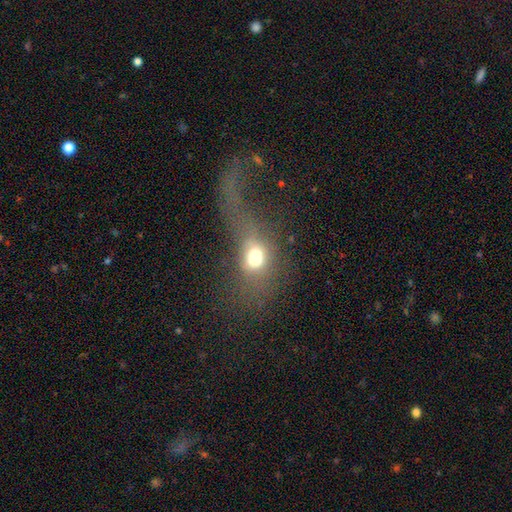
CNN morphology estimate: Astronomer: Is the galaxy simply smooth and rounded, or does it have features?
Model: smooth — 59%.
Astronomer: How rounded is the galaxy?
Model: in between — 60%.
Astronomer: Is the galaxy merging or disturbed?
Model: major disturbance — 47%.